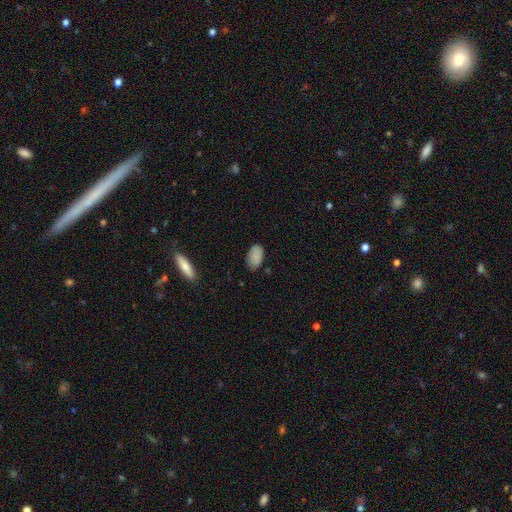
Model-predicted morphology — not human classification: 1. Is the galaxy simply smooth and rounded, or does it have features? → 86% smooth, 8% star or artifact, 6% featured or disk.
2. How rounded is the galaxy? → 93% in between, 5% round, 2% cigar-shaped.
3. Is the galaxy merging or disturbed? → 75% none, 20% minor disturbance, 4% major disturbance, 2% merger.